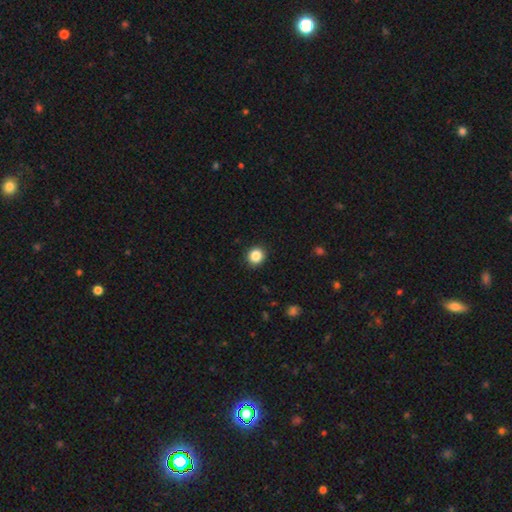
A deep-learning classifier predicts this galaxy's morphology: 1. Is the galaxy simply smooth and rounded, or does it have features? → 85% smooth, 11% star or artifact, 4% featured or disk.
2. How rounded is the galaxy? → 89% round, 10% in between, 1% cigar-shaped.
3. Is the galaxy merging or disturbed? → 92% none, 6% minor disturbance, 2% major disturbance, 1% merger.